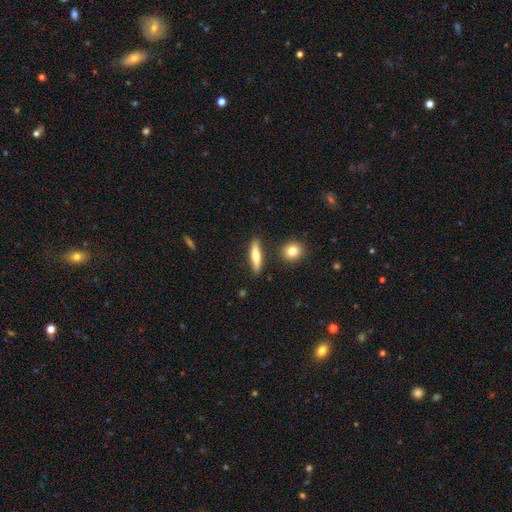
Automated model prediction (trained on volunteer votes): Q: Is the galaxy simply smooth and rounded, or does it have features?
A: smooth — 62%.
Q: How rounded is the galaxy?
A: cigar-shaped — 76%.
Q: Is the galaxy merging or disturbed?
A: none — 86%.